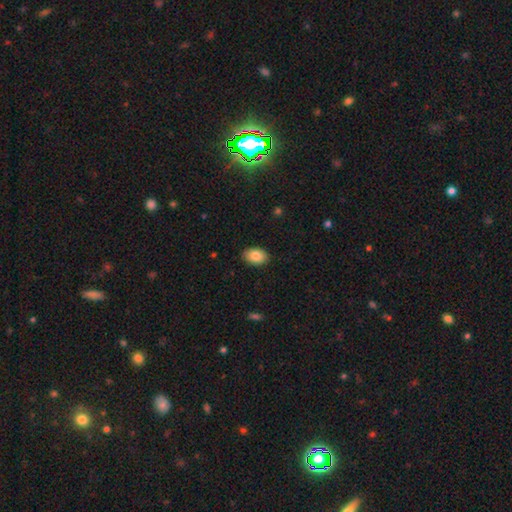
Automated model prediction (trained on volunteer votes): smooth 86%, star or artifact 7%, featured or disk 7%. Down the decision tree: how rounded — in between (86%); merging — none (88%).